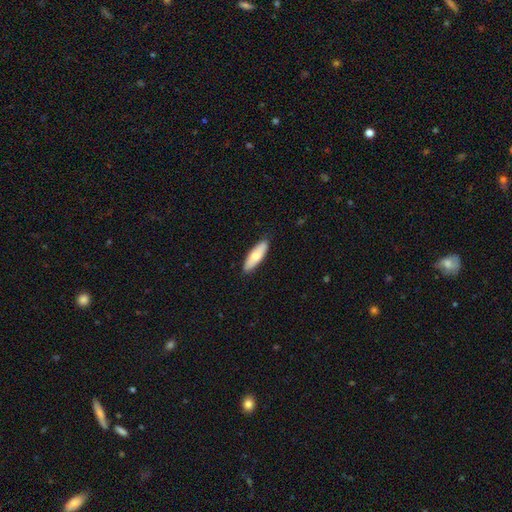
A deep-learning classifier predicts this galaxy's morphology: smooth-or-featured: smooth: 72% | featured or disk: 23% | star or artifact: 5%
  how-rounded: in between: 55% | cigar-shaped: 43% | round: 2%
  merging: none: 89% | minor disturbance: 9% | major disturbance: 2% | merger: 1%